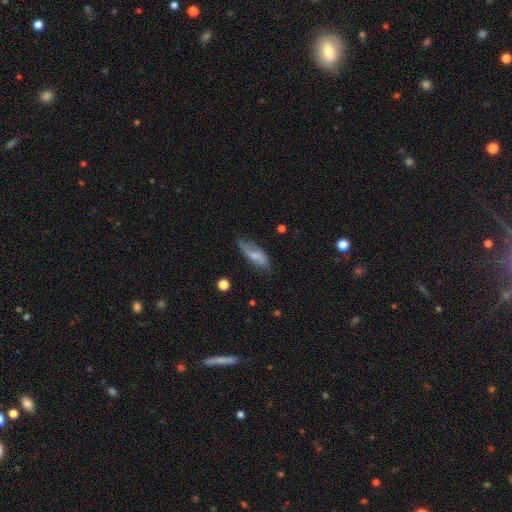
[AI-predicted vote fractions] smooth 54%, featured or disk 39%, star or artifact 7%. Down the decision tree: how rounded — in between (70%); merging — none (54%).